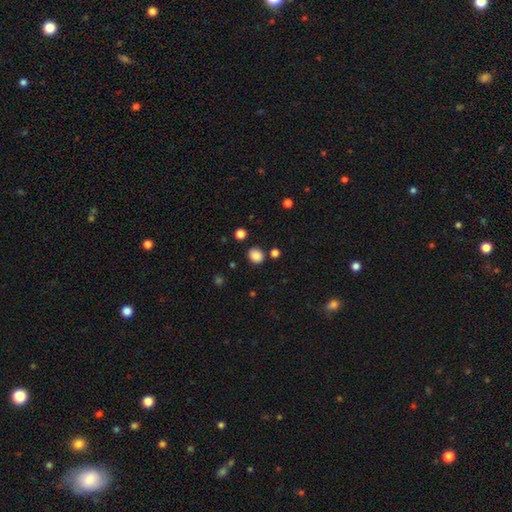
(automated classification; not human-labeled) smooth_or_featured: smooth (p=0.85) [alt: star or artifact p=0.11]
how_rounded: round (p=0.69) [alt: in between p=0.30]
merging: none (p=0.85) [alt: minor disturbance p=0.08]